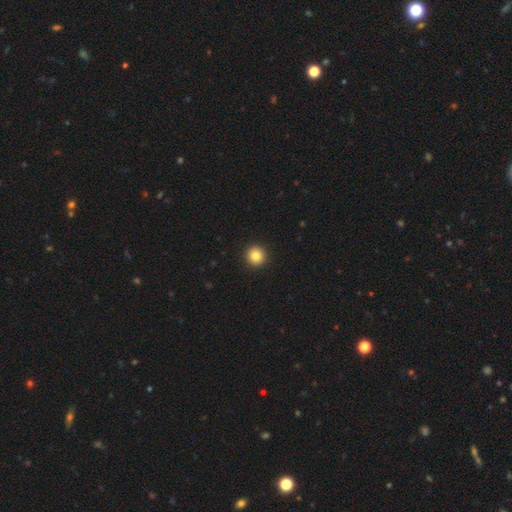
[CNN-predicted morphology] The model was most divided on "smooth or featured": smooth: 85%, star or artifact: 10%, featured or disk: 5%. More confident: how rounded — round (95%); merging — none (94%).